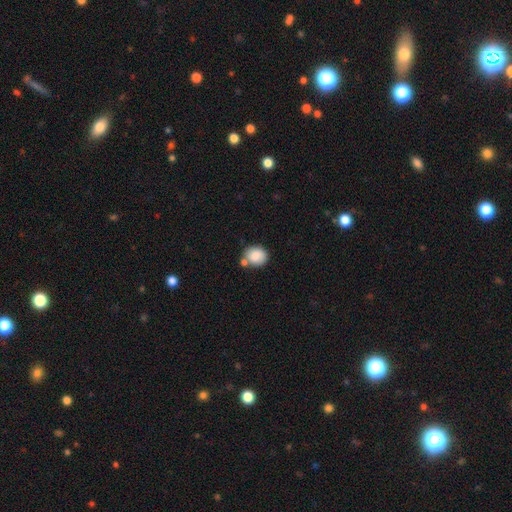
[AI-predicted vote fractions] smooth_or_featured: smooth (p=0.86) [alt: star or artifact p=0.08]
how_rounded: round (p=0.75) [alt: in between p=0.24]
merging: none (p=0.60) [alt: merger p=0.22]